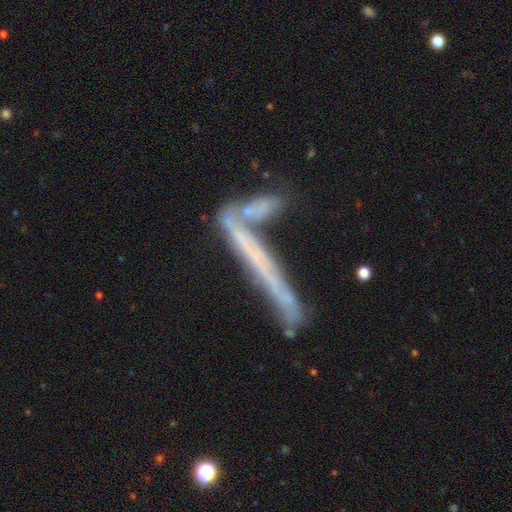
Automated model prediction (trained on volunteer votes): This is possibly a featured or disk galaxy (59%). It is clearly viewed edge-on (84%). Merging: marginally none (40%).